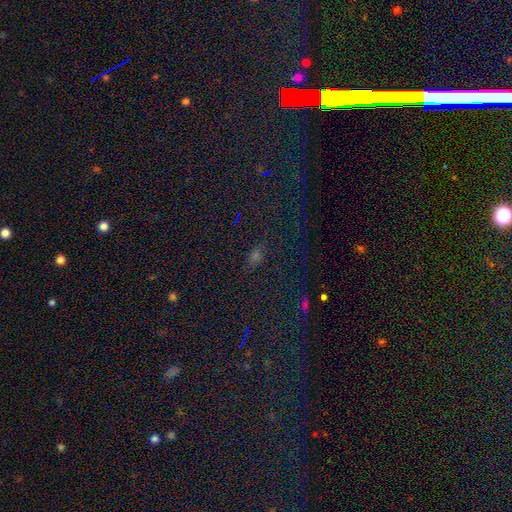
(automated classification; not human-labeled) Overall: smooth (47%; star or artifact 43%). Merging: none (77%).